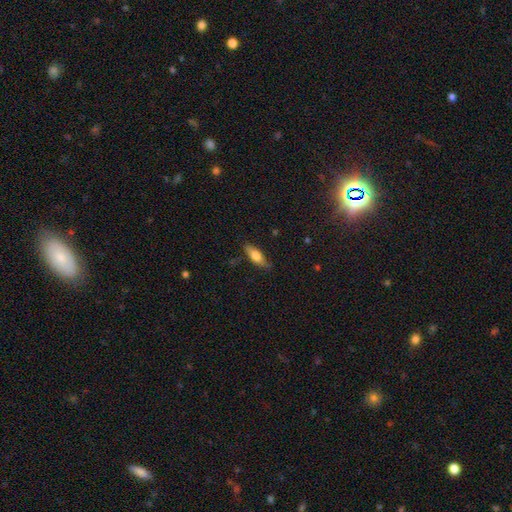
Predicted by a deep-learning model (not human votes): Overall: smooth (67%). How rounded: in between (57%; cigar-shaped 41%). Merging: none (80%).